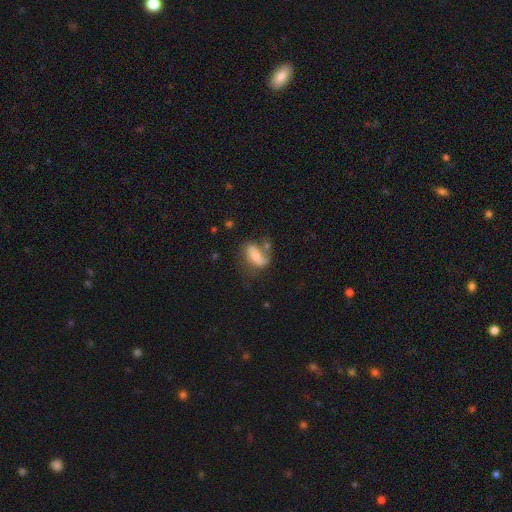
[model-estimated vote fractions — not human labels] This appears to be a featured or disk galaxy (47%). Merging: none (47%).